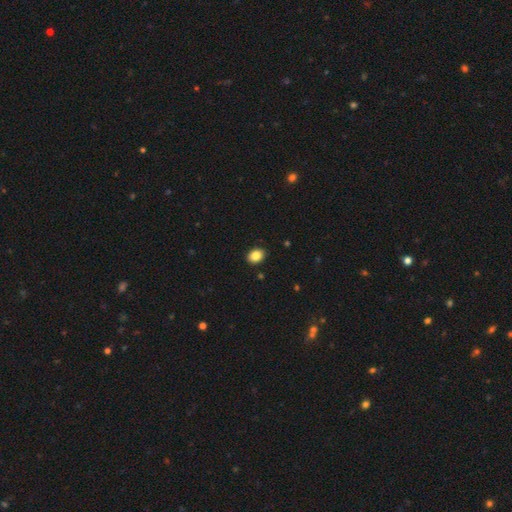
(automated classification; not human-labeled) Q: Smooth or featured?
A: smooth (86%); runner-up: star or artifact (9%)
Q: How rounded?
A: in between (62%); runner-up: round (37%)
Q: Merging?
A: none (91%); runner-up: minor disturbance (7%)